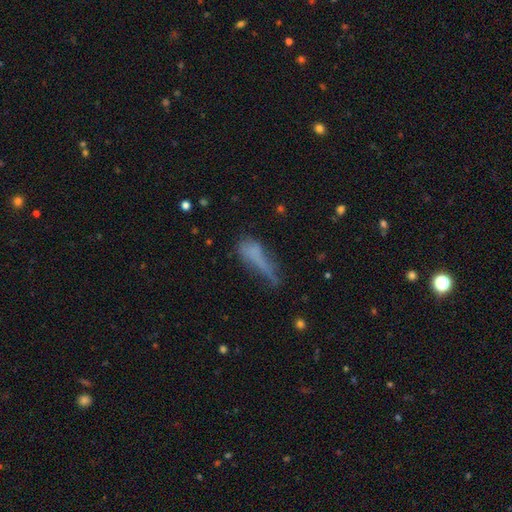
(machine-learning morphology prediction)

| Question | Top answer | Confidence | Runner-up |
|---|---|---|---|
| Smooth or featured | smooth | 61% | featured or disk (25%) |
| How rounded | cigar-shaped | 55% | in between (41%) |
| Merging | major disturbance | 32% | tied: none (32%) |